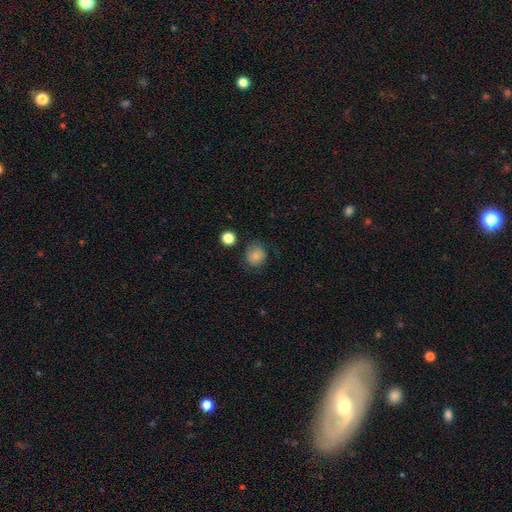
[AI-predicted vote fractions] Overall: smooth (83%). How rounded: round (82%). Merging: none (75%).